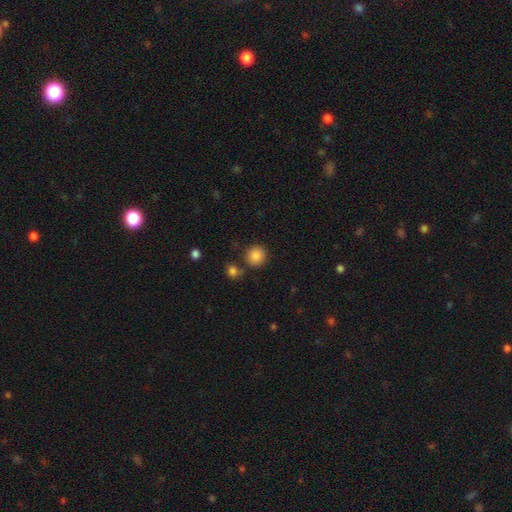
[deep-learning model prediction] smooth_or_featured: smooth (p=0.86) [alt: star or artifact p=0.10]
how_rounded: round (p=0.91) [alt: in between p=0.08]
merging: none (p=0.77) [alt: merger p=0.11]